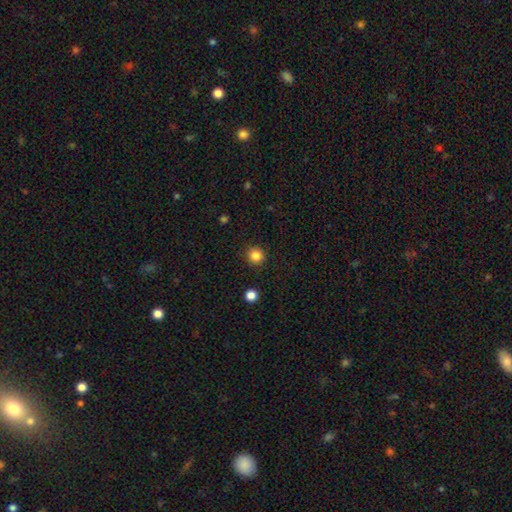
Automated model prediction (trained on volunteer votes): smooth 84%, star or artifact 12%, featured or disk 4%. Down the decision tree: how rounded — round (94%); merging — none (91%).